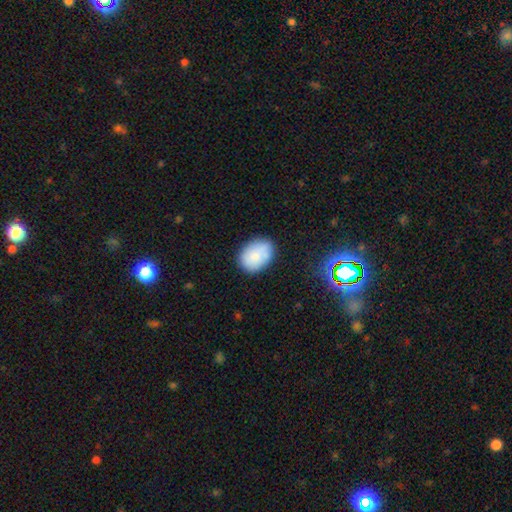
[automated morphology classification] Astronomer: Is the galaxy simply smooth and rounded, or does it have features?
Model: smooth — 80%.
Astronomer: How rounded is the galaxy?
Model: in between — 75%.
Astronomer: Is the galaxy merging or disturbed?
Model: none — 73%.